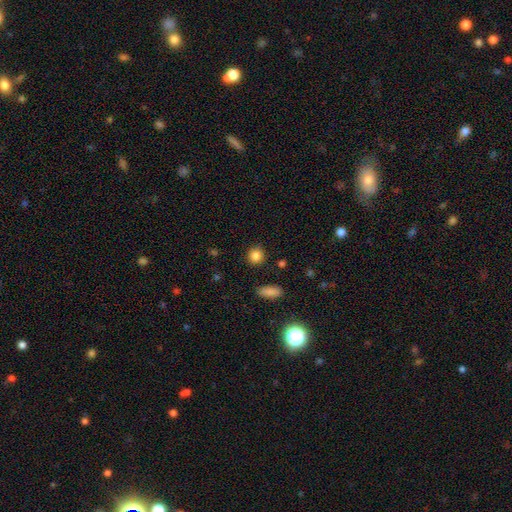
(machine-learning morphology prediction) Smooth or featured?
  - smooth: 85% *
  - star or artifact: 10%
  - featured or disk: 5%
How rounded?
  - round: 85% *
  - in between: 13%
  - cigar-shaped: 1%
Merging?
  - none: 89% *
  - minor disturbance: 7%
  - major disturbance: 2%
  - merger: 2%